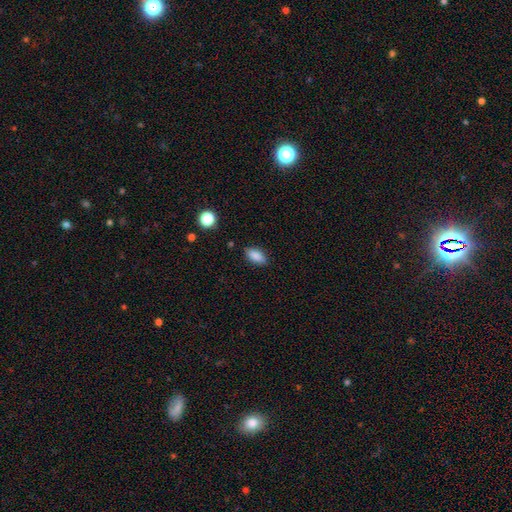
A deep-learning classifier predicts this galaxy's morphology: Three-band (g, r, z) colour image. It shows a smooth galaxy with no disk features (86%) that is in between round and cigar-shaped (89%). Merging: none (83%).